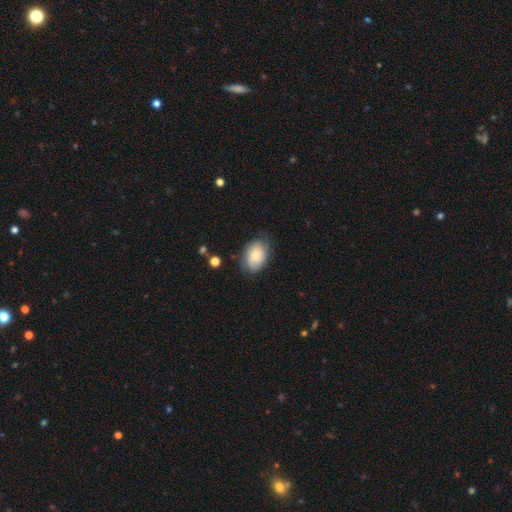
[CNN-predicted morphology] A smooth galaxy with no disk features (67%) that is in between round and cigar-shaped (78%).

Vote fractions:
- Smooth or featured? smooth: 67% / featured or disk: 25% / star or artifact: 8%
- How rounded? in between: 78% / round: 21% / cigar-shaped: 1%
- Merging? none: 66% / minor disturbance: 25% / major disturbance: 7% / merger: 2%